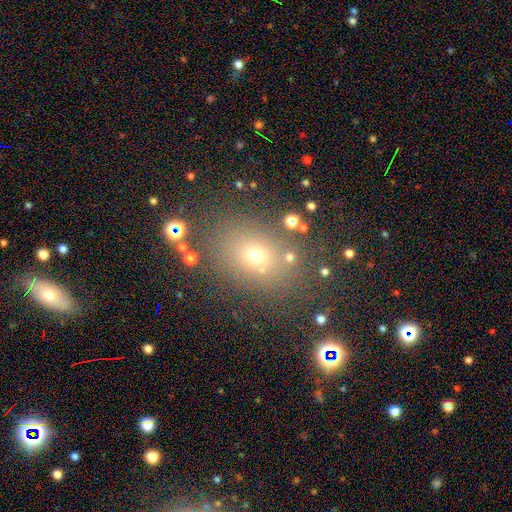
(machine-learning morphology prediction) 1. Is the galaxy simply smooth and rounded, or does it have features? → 63% smooth, 24% star or artifact, 13% featured or disk.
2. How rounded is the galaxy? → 52% in between, 46% round, 2% cigar-shaped.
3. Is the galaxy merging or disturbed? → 76% none, 12% minor disturbance, 6% merger, 6% major disturbance.